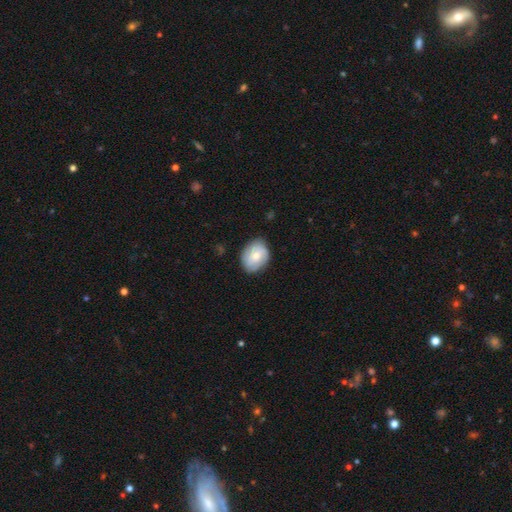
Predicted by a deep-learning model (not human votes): Smooth or featured? smooth (66%)
How rounded? in between (60%)
Merging? none (78%)